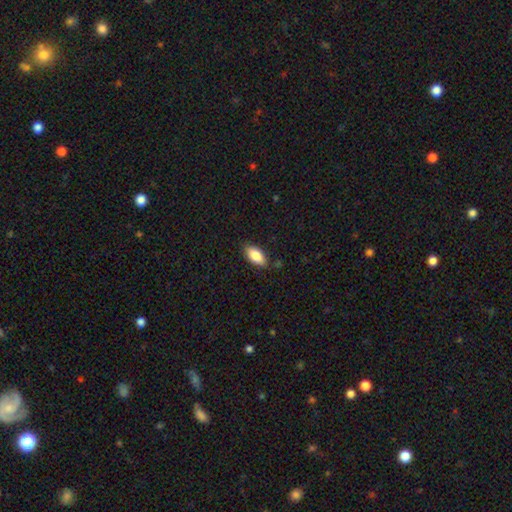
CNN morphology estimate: Smooth or featured? Predicted: smooth (p=0.86). How rounded? Predicted: in between (p=0.90). Merging? Predicted: none (p=0.84).